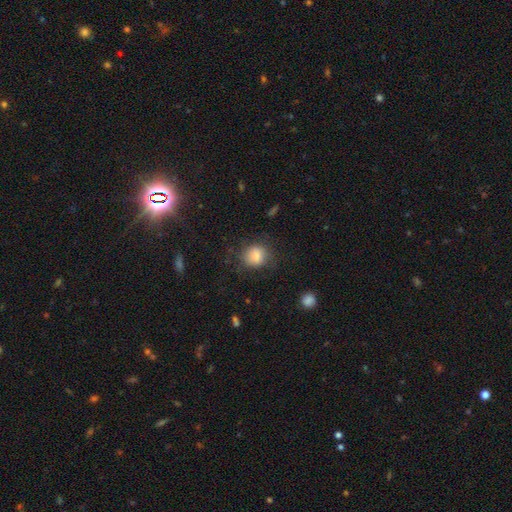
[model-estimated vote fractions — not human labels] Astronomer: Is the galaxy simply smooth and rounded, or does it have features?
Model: smooth — 84%.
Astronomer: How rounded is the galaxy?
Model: round — 77%.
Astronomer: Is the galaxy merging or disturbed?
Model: none — 72%.